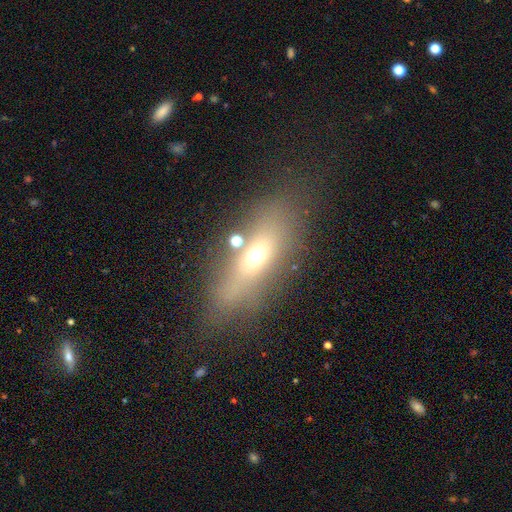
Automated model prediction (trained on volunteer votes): A smooth galaxy with no disk features (53%) that is in between round and cigar-shaped (59%). Merging: none (64%).